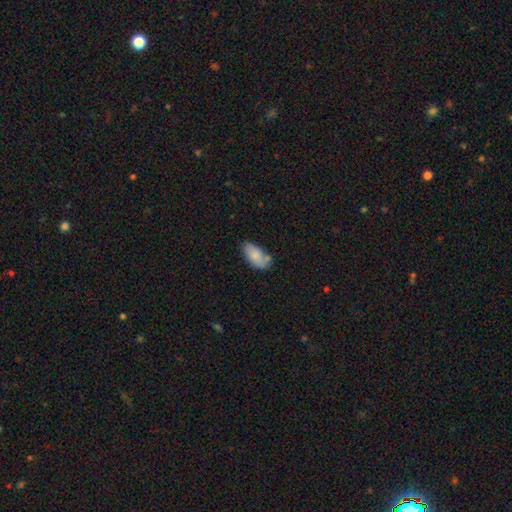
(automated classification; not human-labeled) smooth-or-featured: smooth: 77% | featured or disk: 16% | star or artifact: 7%
  how-rounded: in between: 93% | cigar-shaped: 4% | round: 3%
  merging: none: 48% | minor disturbance: 27% | merger: 16% | major disturbance: 9%